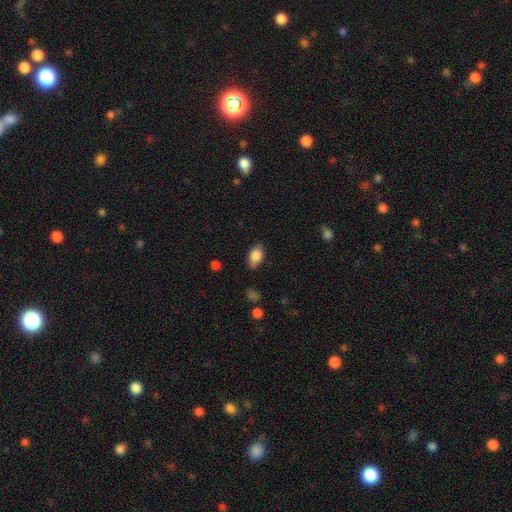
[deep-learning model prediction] This is clearly a smooth galaxy (84%). How rounded: clearly in between (89%). Merging: likely none (77%).